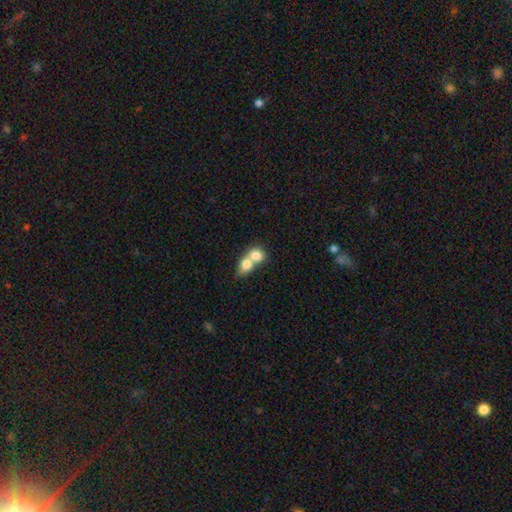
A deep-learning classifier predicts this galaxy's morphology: smooth-or-featured: smooth: 75% | featured or disk: 17% | star or artifact: 8%
  how-rounded: round: 52% | in between: 46% | cigar-shaped: 2%
  merging: merger: 74% | none: 18% | minor disturbance: 5% | major disturbance: 3%